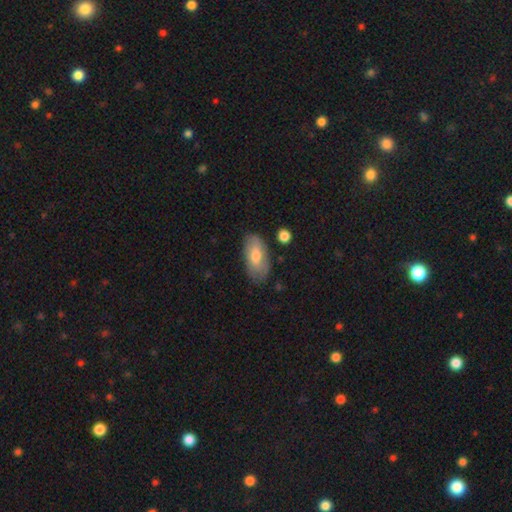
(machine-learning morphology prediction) The model was most divided on "smooth or featured": smooth: 68%, featured or disk: 26%, star or artifact: 6%. More confident: how rounded — in between (91%); merging — none (72%).